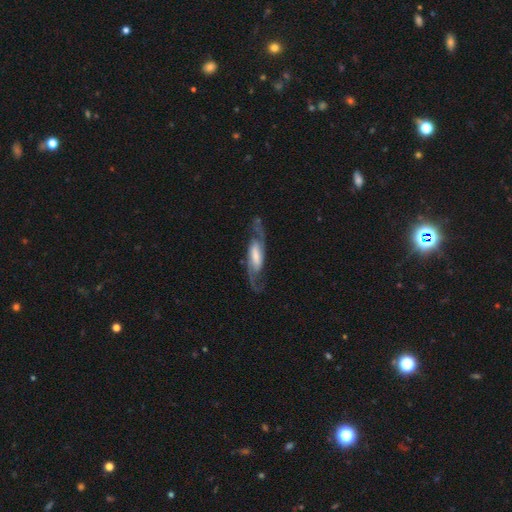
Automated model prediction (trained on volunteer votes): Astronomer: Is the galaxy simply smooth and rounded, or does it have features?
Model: featured or disk — 85%.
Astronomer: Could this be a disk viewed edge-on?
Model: no — 89%.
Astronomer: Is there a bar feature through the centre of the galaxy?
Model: weak — 39%, tied with strong at 39%.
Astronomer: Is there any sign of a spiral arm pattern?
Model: yes — 96%.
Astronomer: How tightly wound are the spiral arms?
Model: medium — 48% (runner-up: loose, 38%).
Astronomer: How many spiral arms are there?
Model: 2 — 92%.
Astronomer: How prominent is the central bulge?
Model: small — 30% (runner-up: moderate, 29%).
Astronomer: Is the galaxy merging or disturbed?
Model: none — 76%.